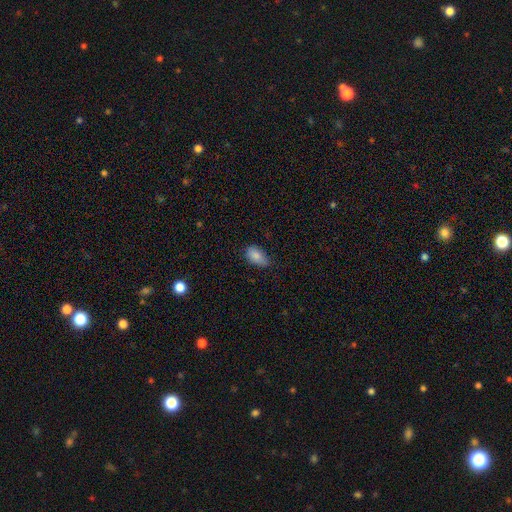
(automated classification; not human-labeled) This appears to be a smooth galaxy with no disk features (86%) that is in between round and cigar-shaped (92%). Merging: none (62%).